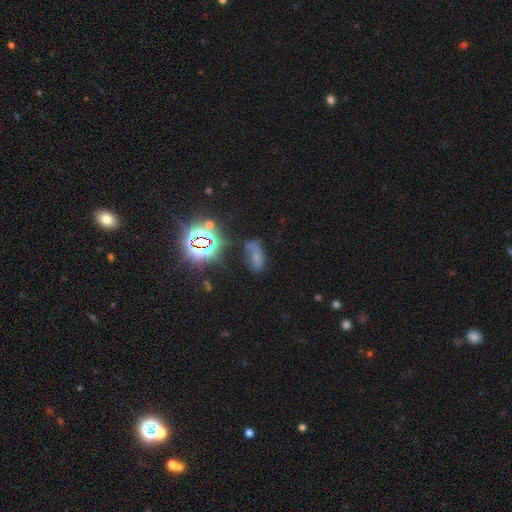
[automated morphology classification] type=smooth (42%); merging=none (41%).